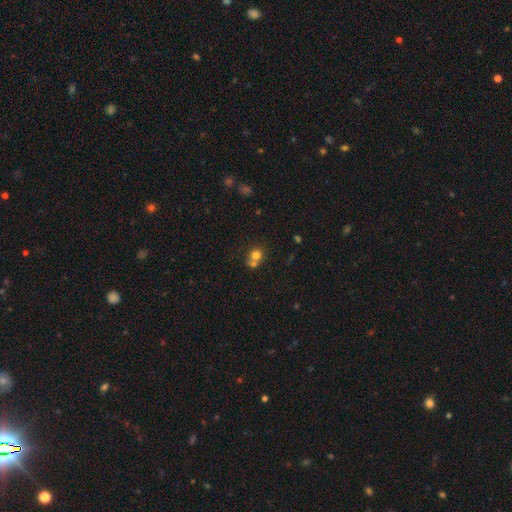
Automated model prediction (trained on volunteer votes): Smooth or featured?
  - smooth: 74% *
  - featured or disk: 13%
  - star or artifact: 13%
How rounded?
  - round: 77% *
  - in between: 22%
  - cigar-shaped: 1%
Merging?
  - merger: 49% *
  - none: 40%
  - minor disturbance: 7%
  - major disturbance: 3%